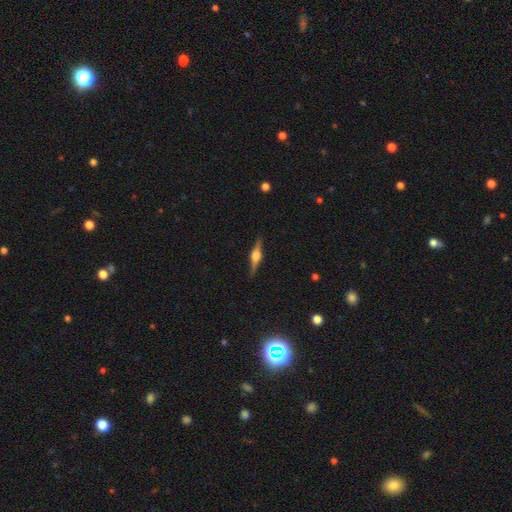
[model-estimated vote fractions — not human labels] This is clearly a featured or disk galaxy (81%). It is clearly viewed edge-on (98%). Edge-on bulge: clearly rounded (89%). Merging: clearly none (89%).